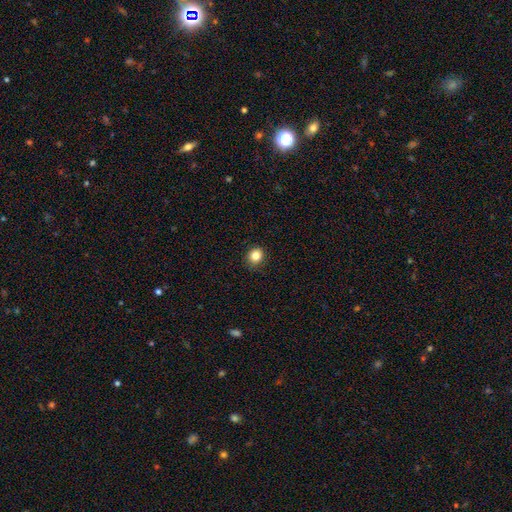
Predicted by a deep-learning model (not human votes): Morphology: type=smooth (83%); roundness=round (78%); merging=none (88%).